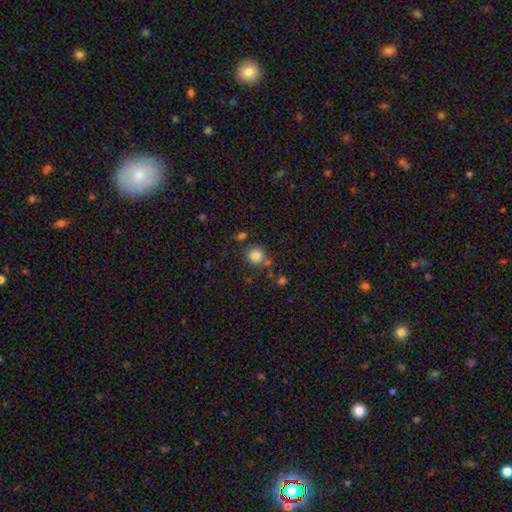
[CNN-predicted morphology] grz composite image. It shows a smooth galaxy with no disk features (84%) that is round (89%). Merging: none (76%).